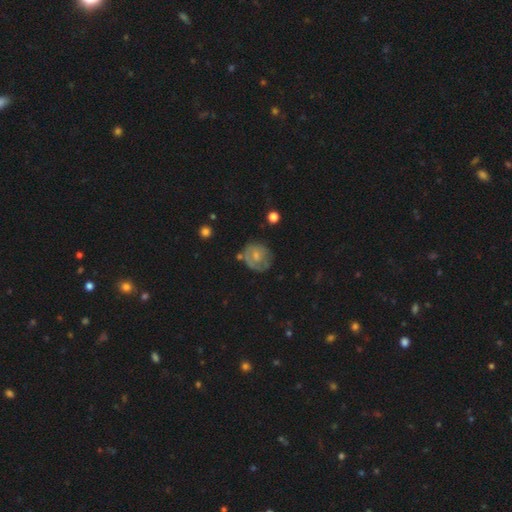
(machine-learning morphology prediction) smooth-or-featured: smooth: 47% | featured or disk: 45% | star or artifact: 8%
  merging: none: 57% | minor disturbance: 25% | major disturbance: 13% | merger: 5%